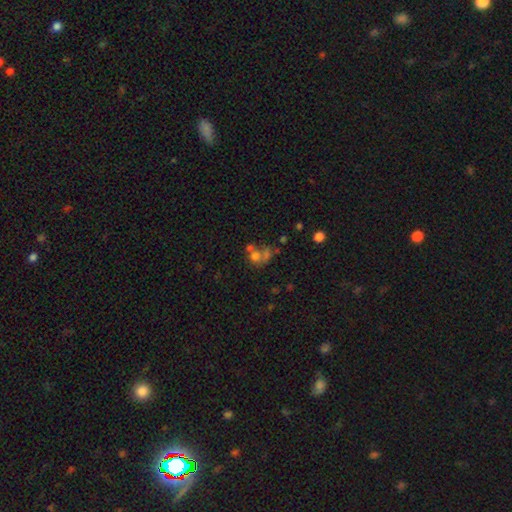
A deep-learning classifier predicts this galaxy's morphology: smooth 57%, featured or disk 23%, star or artifact 20%. Down the decision tree: how rounded — round (67%); merging — merger (45%).